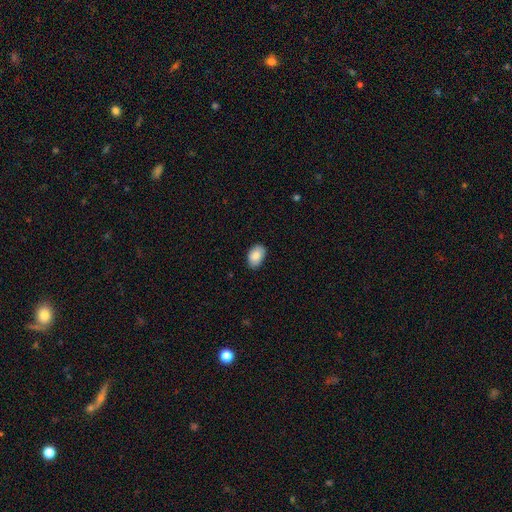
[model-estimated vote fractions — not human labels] Morphology: type=smooth (86%); roundness=in between (89%); merging=none (85%).